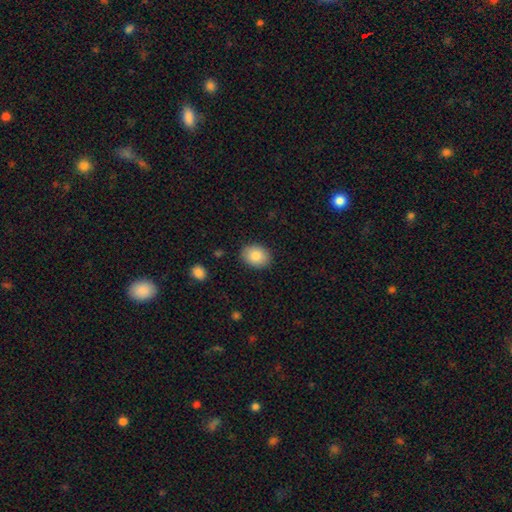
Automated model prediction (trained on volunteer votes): This appears to be a smooth galaxy with no disk features (85%) that is in between round and cigar-shaped (59%). Merging: none (88%).